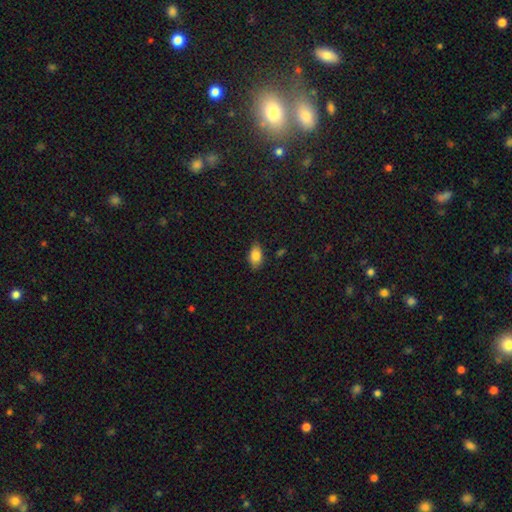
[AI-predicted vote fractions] smooth-or-featured: smooth: 83% | featured or disk: 9% | star or artifact: 8%
  how-rounded: in between: 89% | round: 9% | cigar-shaped: 3%
  merging: none: 82% | minor disturbance: 15% | major disturbance: 2% | merger: 1%